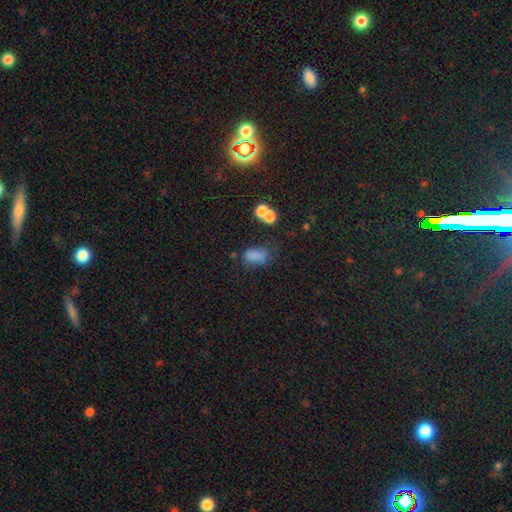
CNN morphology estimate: This appears to be a smooth galaxy with no disk features (74%) that is in between round and cigar-shaped (84%). Merging: none (45%).